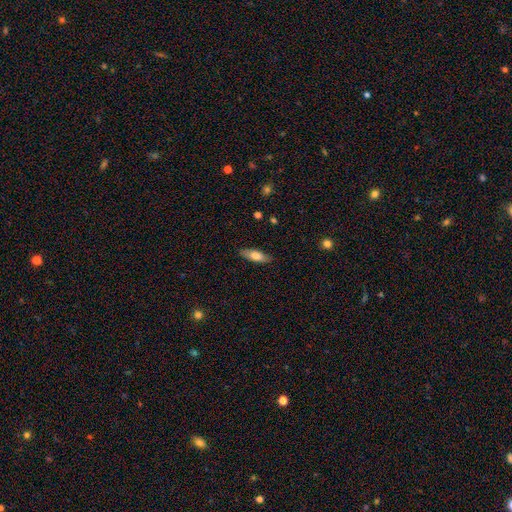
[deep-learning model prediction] smooth_or_featured: smooth (p=0.72) [alt: featured or disk p=0.22]
how_rounded: in between (p=0.62) [alt: cigar-shaped p=0.36]
merging: none (p=0.86) [alt: minor disturbance p=0.11]